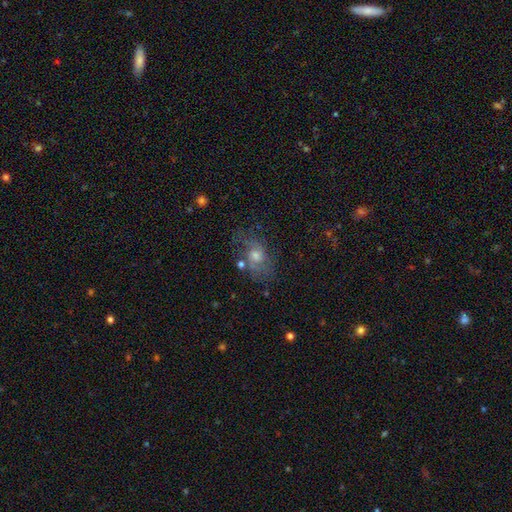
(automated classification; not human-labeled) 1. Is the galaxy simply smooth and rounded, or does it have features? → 48% featured or disk, 34% smooth, 18% star or artifact.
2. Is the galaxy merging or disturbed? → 62% none, 20% minor disturbance, 12% major disturbance, 5% merger.